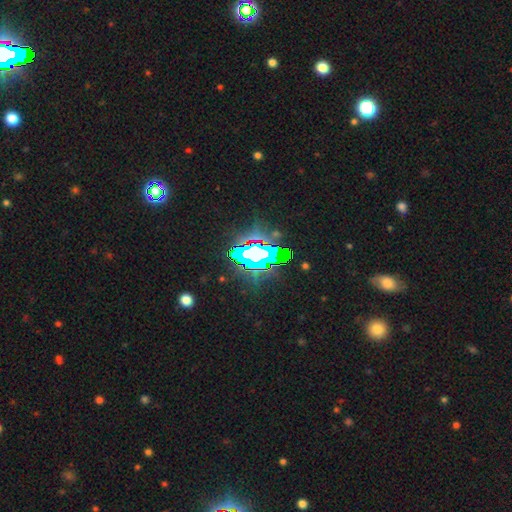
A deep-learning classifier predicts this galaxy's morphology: A star or artifact, not a galaxy (63%).

Vote fractions:
- Smooth or featured? star or artifact: 63% / featured or disk: 19% / smooth: 18%